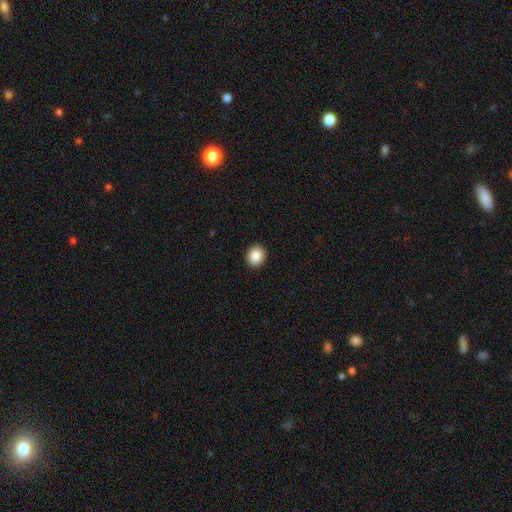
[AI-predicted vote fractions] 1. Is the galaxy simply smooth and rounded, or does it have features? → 86% smooth, 9% star or artifact, 5% featured or disk.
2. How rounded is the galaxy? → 82% round, 17% in between, 1% cigar-shaped.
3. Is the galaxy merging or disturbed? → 93% none, 5% minor disturbance, 2% major disturbance, 1% merger.